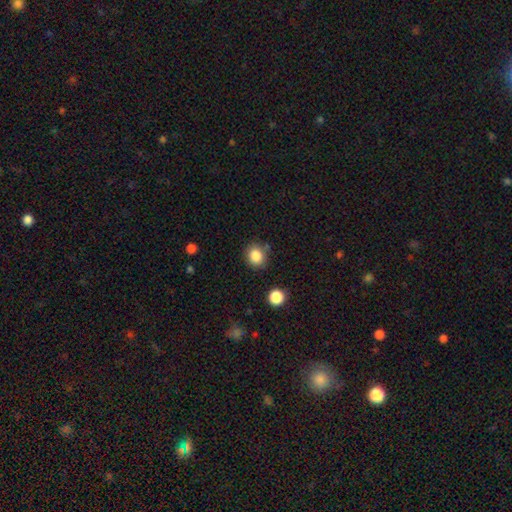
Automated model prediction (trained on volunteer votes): Smooth or featured: smooth — 85% (star or artifact — 10%)
How rounded: round — 74% (in between — 25%)
Merging: none — 80% (minor disturbance — 12%)